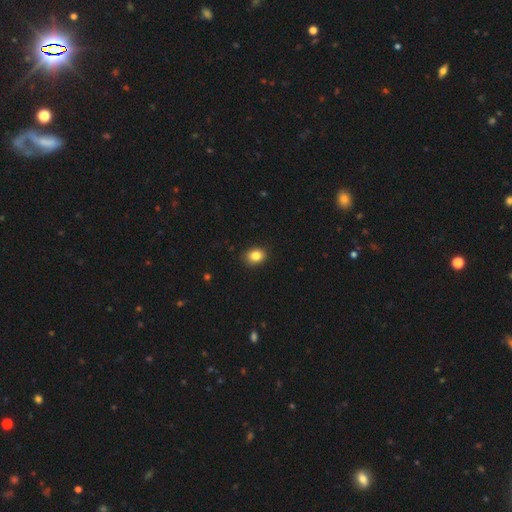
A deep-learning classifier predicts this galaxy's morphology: smooth 85%, star or artifact 10%, featured or disk 5%. Down the decision tree: how rounded — in between (57%); merging — none (88%).